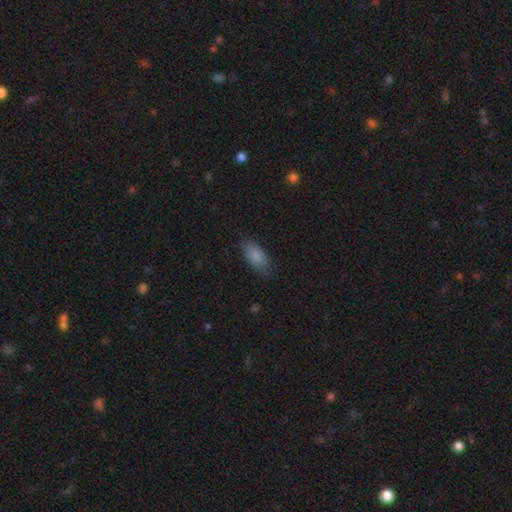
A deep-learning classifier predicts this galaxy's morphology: Smooth or featured?
  - smooth: 86% *
  - star or artifact: 7%
  - featured or disk: 7%
How rounded?
  - in between: 86% *
  - cigar-shaped: 11%
  - round: 2%
Merging?
  - none: 79% *
  - minor disturbance: 16%
  - major disturbance: 4%
  - merger: 1%